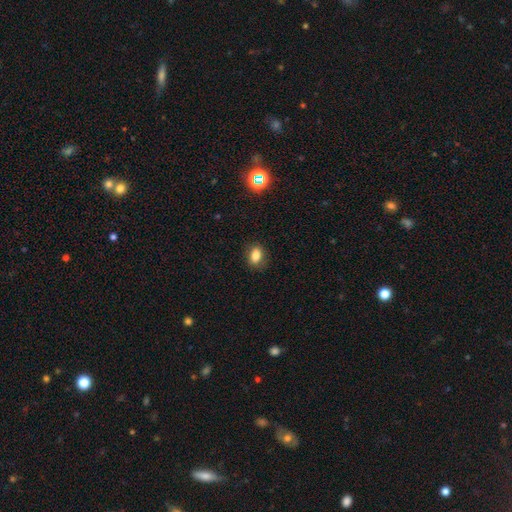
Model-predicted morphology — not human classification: Overall: smooth (81%). How rounded: in between (73%). Merging: none (84%).